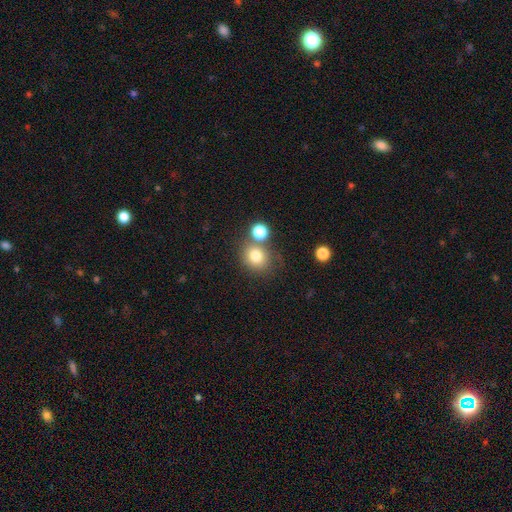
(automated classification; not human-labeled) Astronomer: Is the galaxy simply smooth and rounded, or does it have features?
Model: smooth — 78%.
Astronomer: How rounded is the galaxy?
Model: round — 78%.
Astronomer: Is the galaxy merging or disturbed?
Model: none — 62%.